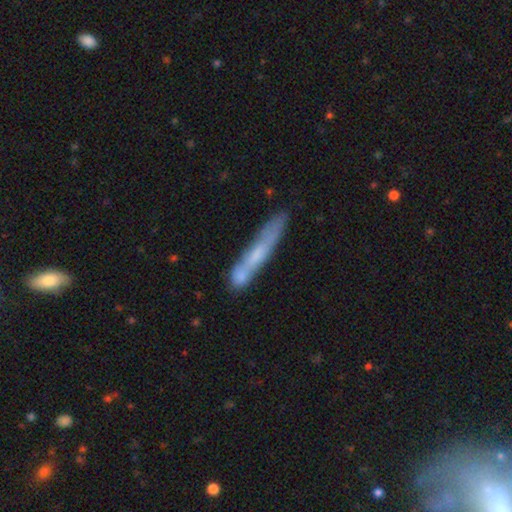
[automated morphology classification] smooth-or-featured: smooth: 49% | featured or disk: 44% | star or artifact: 7%
  merging: none: 63% | minor disturbance: 18% | merger: 14% | major disturbance: 5%